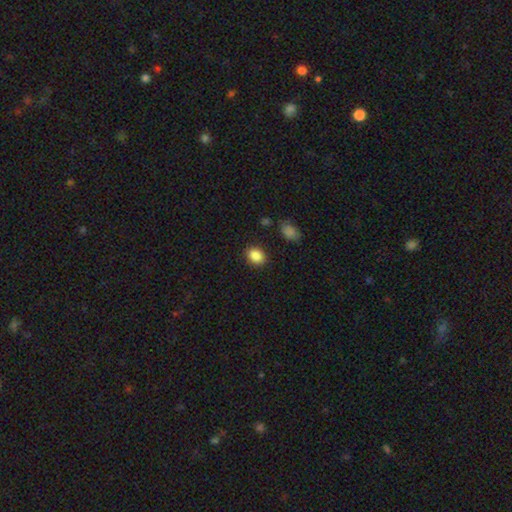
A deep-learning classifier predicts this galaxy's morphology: smooth_or_featured: smooth (p=0.87) [alt: star or artifact p=0.09]
how_rounded: in between (p=0.59) [alt: round p=0.40]
merging: none (p=0.87) [alt: minor disturbance p=0.09]